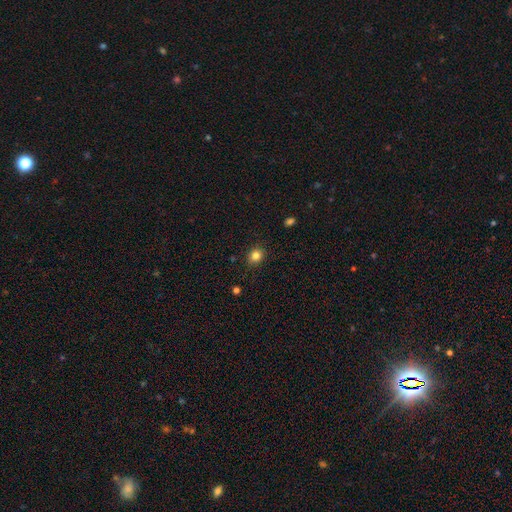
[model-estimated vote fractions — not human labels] A smooth galaxy with no disk features (83%) that is round (70%). Merging: none (88%).